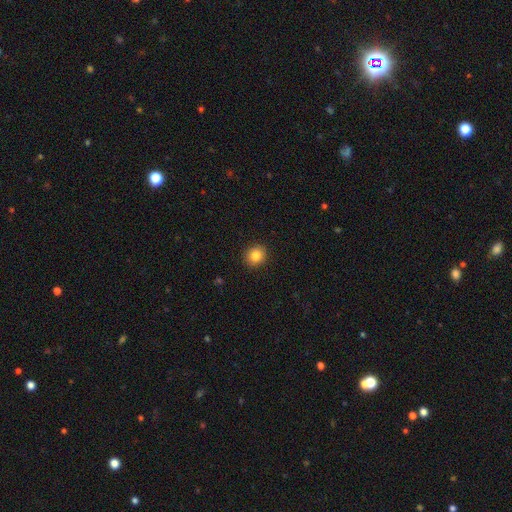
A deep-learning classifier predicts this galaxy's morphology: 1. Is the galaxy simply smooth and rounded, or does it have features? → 84% smooth, 10% star or artifact, 5% featured or disk.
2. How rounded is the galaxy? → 83% round, 16% in between, 1% cigar-shaped.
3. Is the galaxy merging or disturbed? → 91% none, 6% minor disturbance, 2% major disturbance, 1% merger.